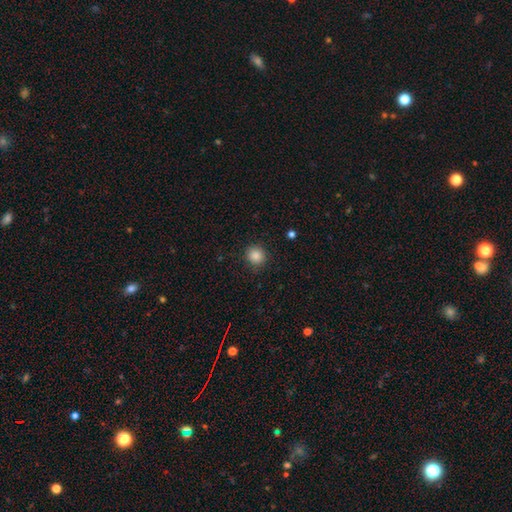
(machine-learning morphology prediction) Overall: smooth (87%). How rounded: round (90%). Merging: none (89%).